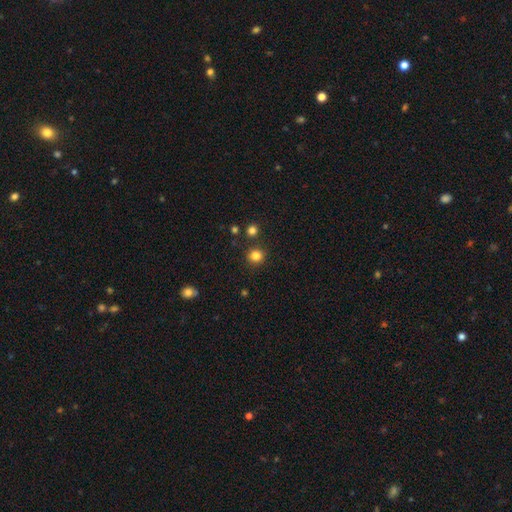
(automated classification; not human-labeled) smooth-or-featured: smooth: 83% | star or artifact: 13% | featured or disk: 4%
  how-rounded: round: 92% | in between: 7% | cigar-shaped: 1%
  merging: none: 86% | minor disturbance: 7% | merger: 4% | major disturbance: 2%